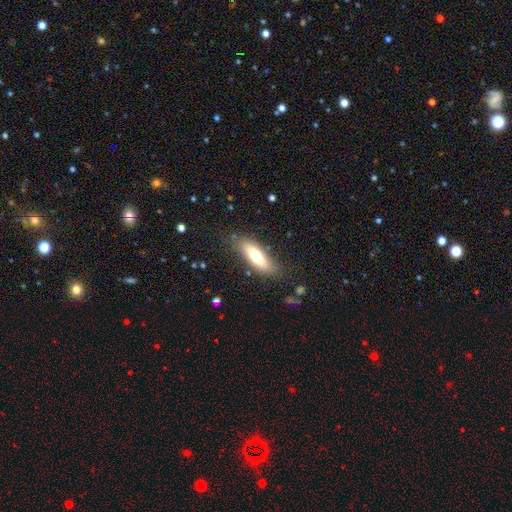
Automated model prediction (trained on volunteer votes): Morphology: type=smooth (70%); roundness=in between (59%); merging=none (79%).